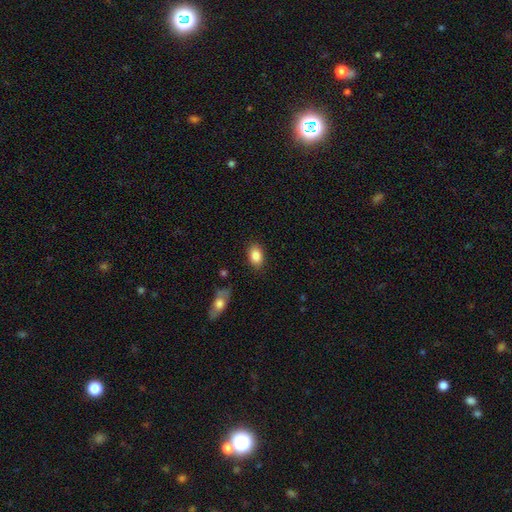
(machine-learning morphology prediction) smooth_or_featured: smooth (p=0.86) [alt: star or artifact p=0.07]
how_rounded: in between (p=0.85) [alt: round p=0.13]
merging: none (p=0.85) [alt: minor disturbance p=0.10]